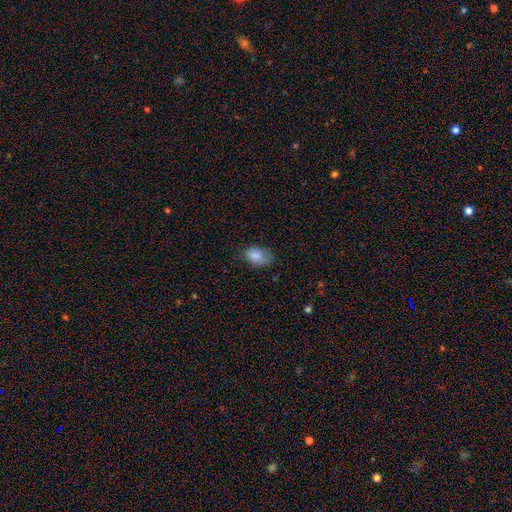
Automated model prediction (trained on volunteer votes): Q: Smooth or featured?
A: smooth (83%); runner-up: featured or disk (9%)
Q: How rounded?
A: in between (84%); runner-up: round (14%)
Q: Merging?
A: none (57%); runner-up: minor disturbance (32%)